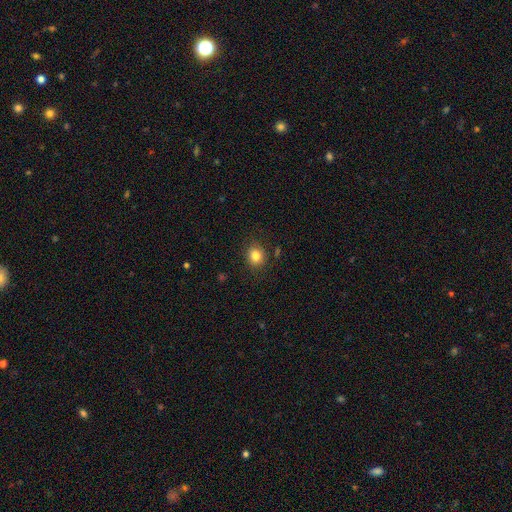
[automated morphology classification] Smooth or featured? Predicted: smooth (p=0.83). How rounded? Predicted: round (p=0.75). Merging? Predicted: none (p=0.86).